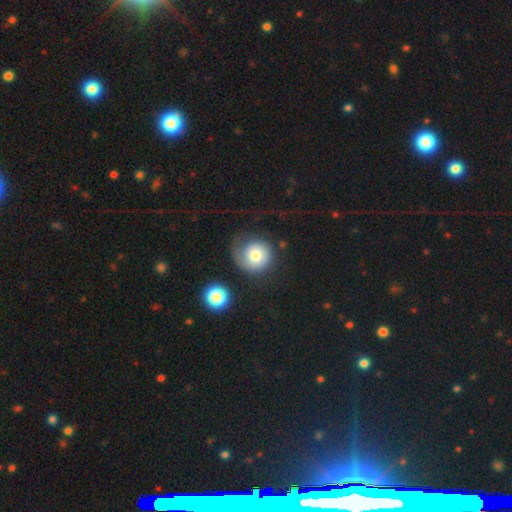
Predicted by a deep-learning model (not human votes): Morphology: type=smooth (61%); roundness=round (87%); merging=none (50%).